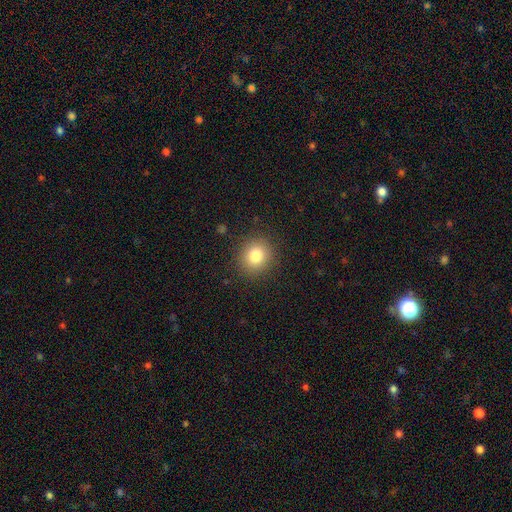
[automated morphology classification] smooth 82%, star or artifact 11%, featured or disk 7%. Down the decision tree: how rounded — round (86%); merging — none (89%).